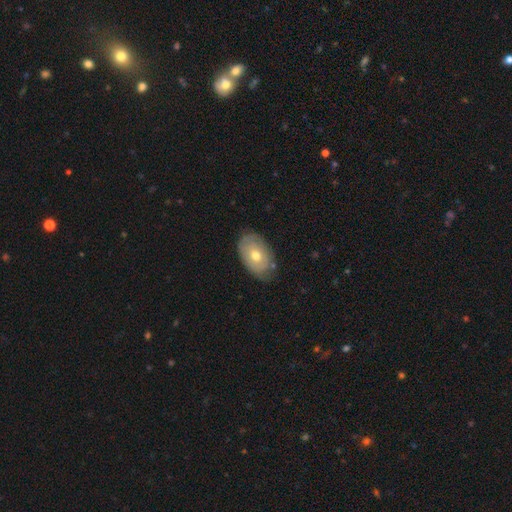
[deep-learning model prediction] Smooth or featured? Predicted: smooth (p=0.56). How rounded? Predicted: in between (p=0.90). Merging? Predicted: none (p=0.73).